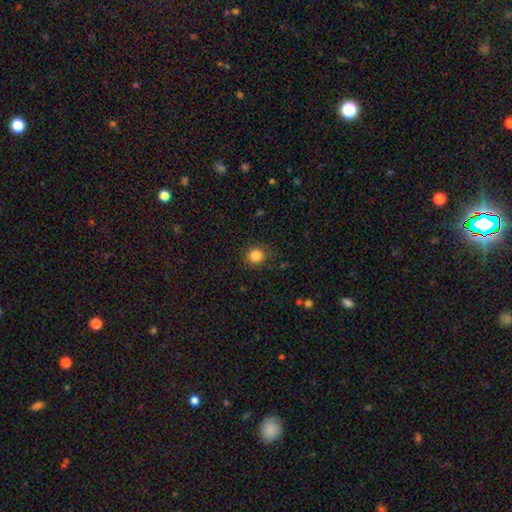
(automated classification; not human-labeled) The model was most divided on "smooth or featured": smooth: 85%, star or artifact: 11%, featured or disk: 4%. More confident: how rounded — round (89%); merging — none (85%).